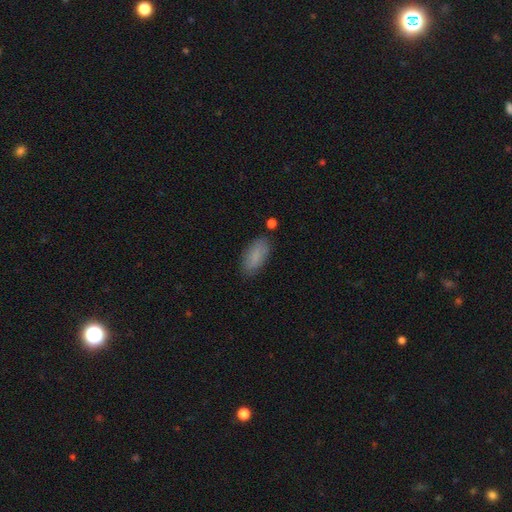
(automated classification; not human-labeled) The model was most divided on "merging": none: 82%, minor disturbance: 13%, major disturbance: 3%, merger: 2%. More confident: smooth or featured — smooth (84%); how rounded — in between (84%).